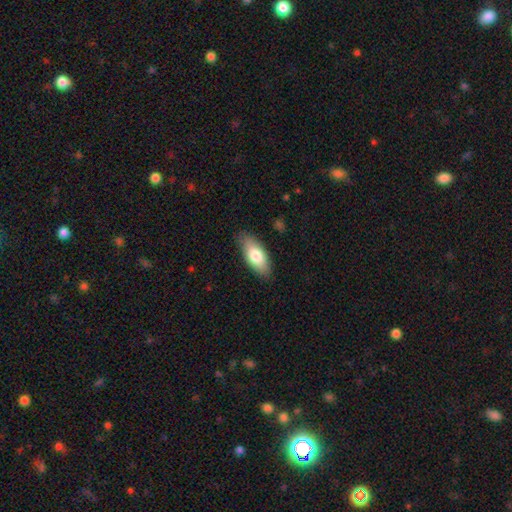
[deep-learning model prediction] A smooth galaxy with no disk features (77%) that is in between round and cigar-shaped (84%). Merging: none (84%).